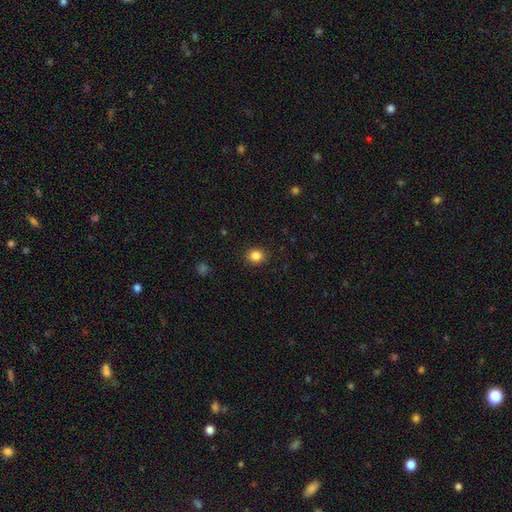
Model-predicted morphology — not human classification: A smooth galaxy with no disk features (85%) that is round (76%). Merging: none (90%).